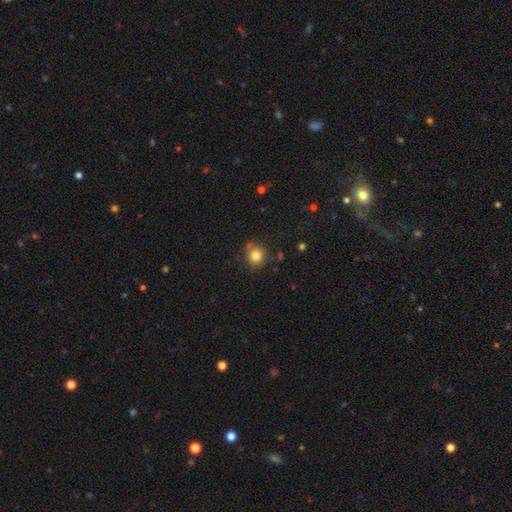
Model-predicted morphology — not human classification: A smooth galaxy with no disk features (82%) that is round (87%).

Vote fractions:
- Smooth or featured? smooth: 82% / star or artifact: 11% / featured or disk: 7%
- How rounded? round: 87% / in between: 12% / cigar-shaped: 1%
- Merging? none: 77% / minor disturbance: 14% / merger: 5% / major disturbance: 3%